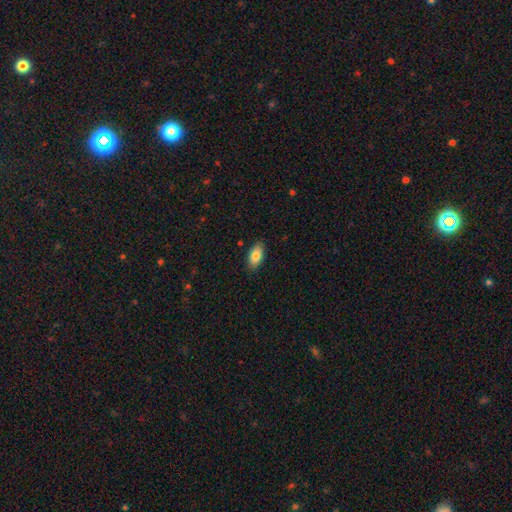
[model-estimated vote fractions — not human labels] Overall: smooth (83%). How rounded: in between (92%). Merging: none (87%).